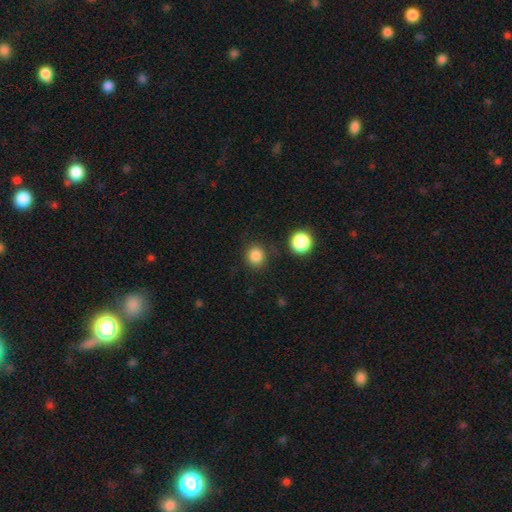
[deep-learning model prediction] Smooth or featured: smooth — 84% (star or artifact — 12%)
How rounded: round — 87% (in between — 12%)
Merging: none — 85% (minor disturbance — 8%)